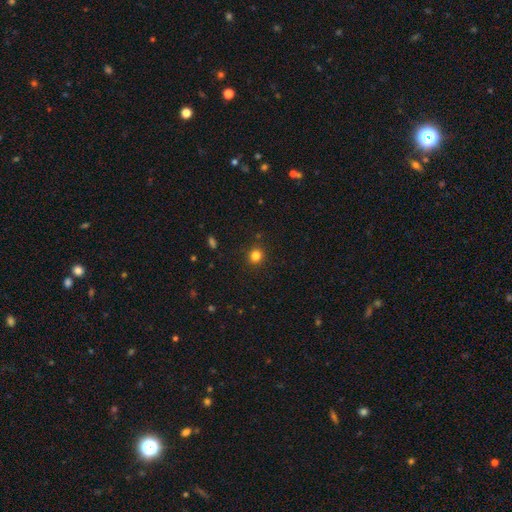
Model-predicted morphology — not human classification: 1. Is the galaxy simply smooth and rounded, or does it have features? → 82% smooth, 14% star or artifact, 5% featured or disk.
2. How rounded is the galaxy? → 88% round, 11% in between, 1% cigar-shaped.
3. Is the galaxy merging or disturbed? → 90% none, 6% minor disturbance, 2% major disturbance, 1% merger.